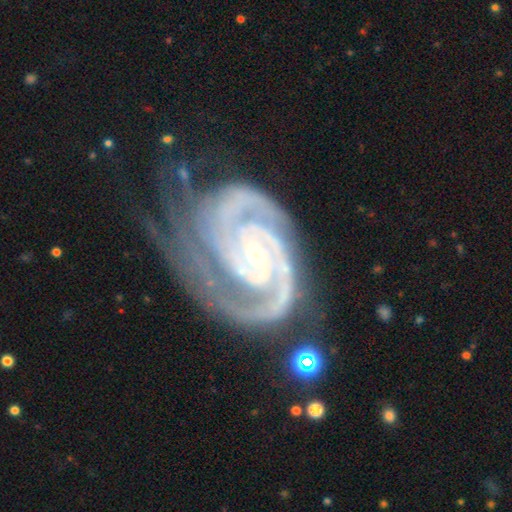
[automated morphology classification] A featured or disk galaxy (93%) with no bar (57%), 2 (48%) tight (76%) spiral arms (99%) and a small central bulge (79%). Merging: none (47%).